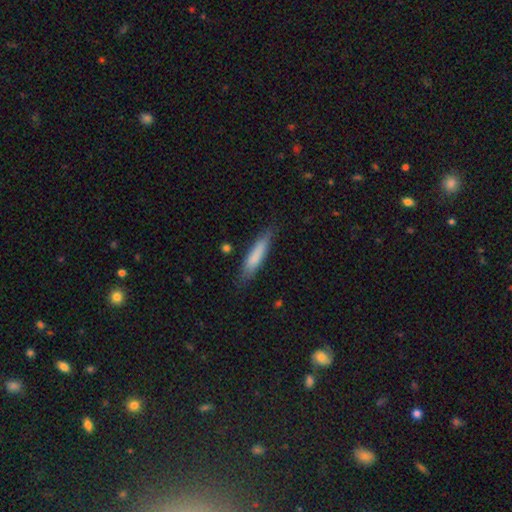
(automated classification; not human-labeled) This appears to be a smooth galaxy with no disk features (78%) that is cigar-shaped (85%). Merging: none (81%).